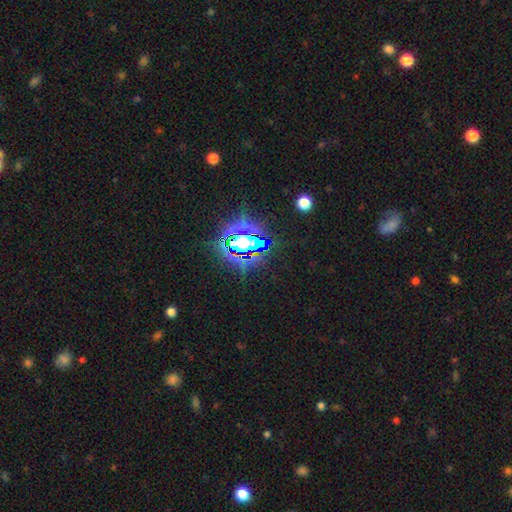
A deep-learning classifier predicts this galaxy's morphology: This is clearly a star or artifact rather than a galaxy (81%).